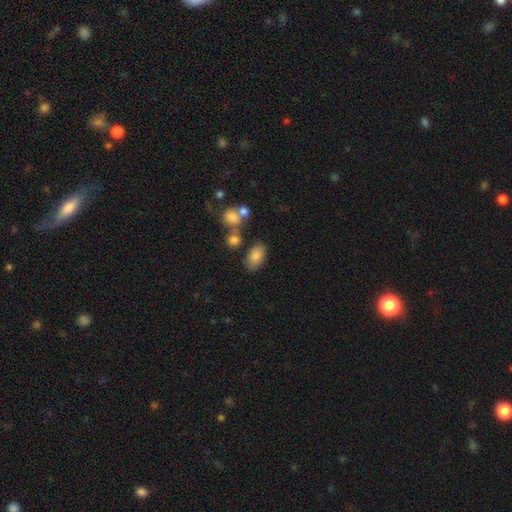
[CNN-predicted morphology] smooth_or_featured: smooth (p=0.81) [alt: featured or disk p=0.10]
how_rounded: in between (p=0.91) [alt: round p=0.08]
merging: none (p=0.73) [alt: minor disturbance p=0.14]